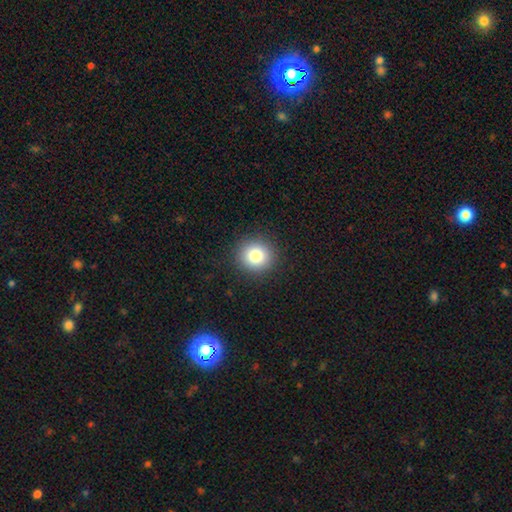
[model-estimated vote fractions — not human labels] Smooth or featured? smooth (81%)
How rounded? round (91%)
Merging? none (91%)